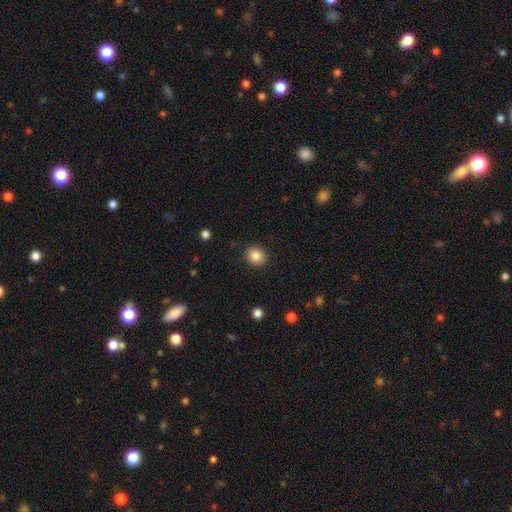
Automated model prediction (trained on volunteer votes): The model was most divided on "how rounded": round: 88%, in between: 11%, cigar-shaped: 1%. More confident: merging — none (91%); smooth or featured — smooth (87%).